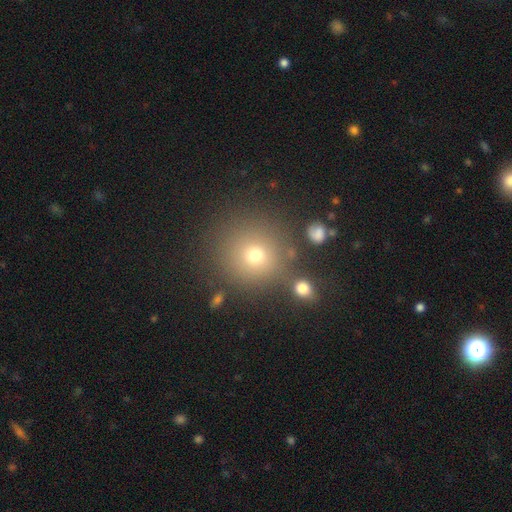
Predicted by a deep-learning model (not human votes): smooth_or_featured: smooth (p=0.65) [alt: star or artifact p=0.25]
how_rounded: round (p=0.94) [alt: in between p=0.05]
merging: none (p=0.82) [alt: minor disturbance p=0.08]